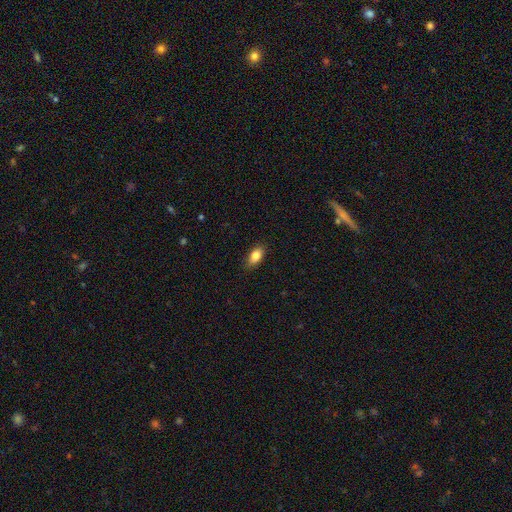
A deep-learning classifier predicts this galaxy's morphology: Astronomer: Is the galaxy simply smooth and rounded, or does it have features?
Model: smooth — 84%.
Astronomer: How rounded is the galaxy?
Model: in between — 88%.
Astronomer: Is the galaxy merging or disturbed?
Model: none — 85%.